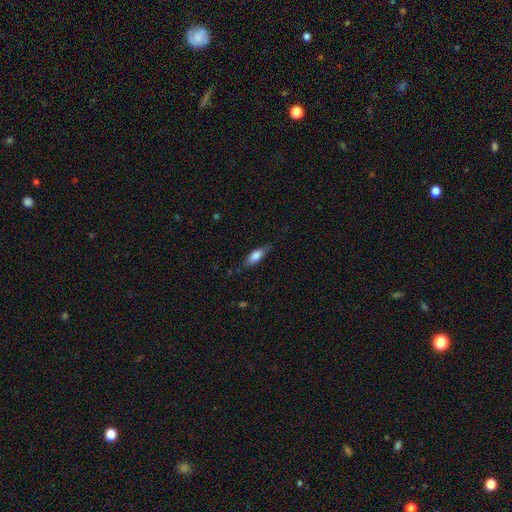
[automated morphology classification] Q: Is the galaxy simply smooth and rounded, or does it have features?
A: smooth — 77%.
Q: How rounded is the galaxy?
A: in between — 71%.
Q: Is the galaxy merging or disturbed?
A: none — 72%.